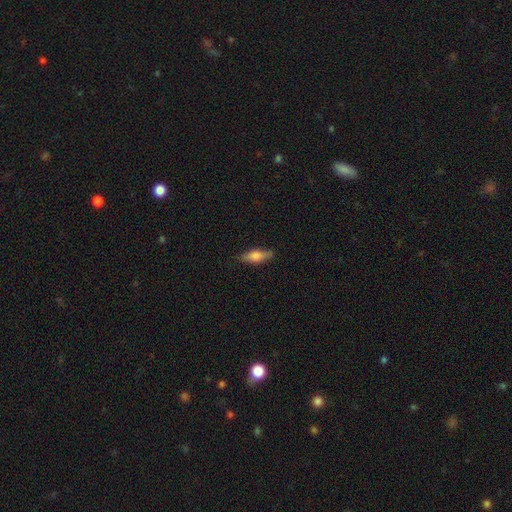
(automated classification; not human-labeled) Smooth or featured? Predicted: smooth (p=0.60). How rounded? Predicted: in between (p=0.54). Merging? Predicted: none (p=0.81).